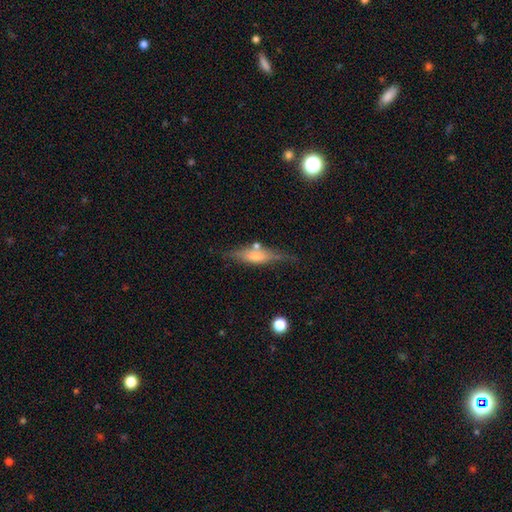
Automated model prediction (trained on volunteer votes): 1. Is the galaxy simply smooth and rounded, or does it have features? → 51% featured or disk, 41% smooth, 8% star or artifact.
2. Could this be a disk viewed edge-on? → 87% yes, 13% no.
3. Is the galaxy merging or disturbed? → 65% none, 20% minor disturbance, 8% merger, 6% major disturbance.